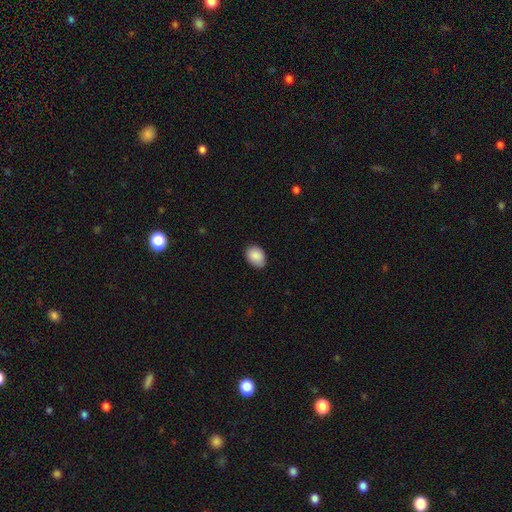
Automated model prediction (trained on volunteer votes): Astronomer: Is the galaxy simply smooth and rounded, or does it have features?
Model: smooth — 89%.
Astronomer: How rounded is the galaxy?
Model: in between — 75%.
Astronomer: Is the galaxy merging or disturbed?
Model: none — 79%.